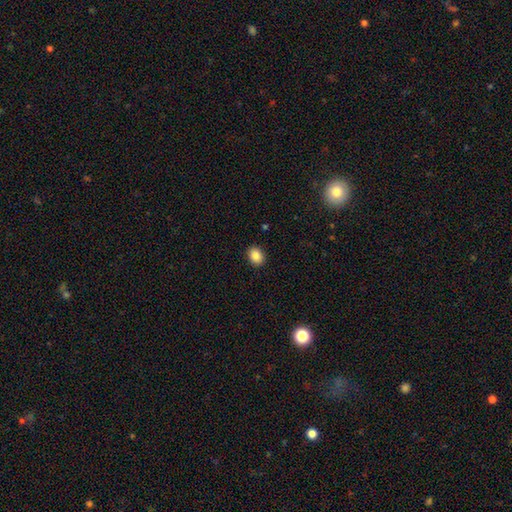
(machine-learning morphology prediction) Smooth or featured: smooth — 86% (star or artifact — 9%)
How rounded: in between — 60% (round — 39%)
Merging: none — 91% (minor disturbance — 7%)